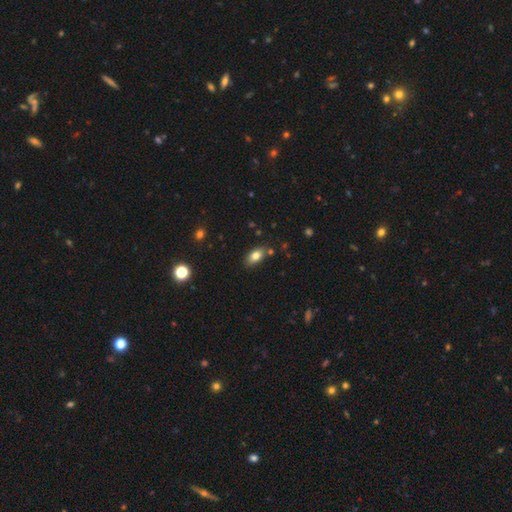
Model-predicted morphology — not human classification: A smooth galaxy with no disk features (80%) that is in between round and cigar-shaped (89%). Merging: none (80%).